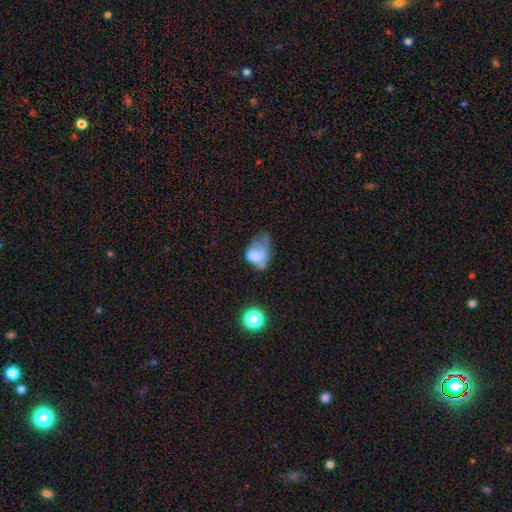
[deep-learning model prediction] Smooth or featured? smooth (54%)
How rounded? in between (76%)
Merging? major disturbance (46%)